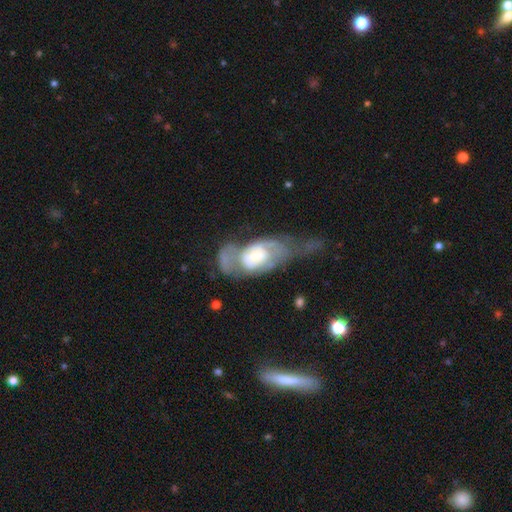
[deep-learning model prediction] The model was most divided on "spiral arms": yes: 55%, no: 45%. Remaining: edge-on disk — no (93%); bar — no (76%); smooth or featured — featured or disk (66%); bulge size — moderate (52%); merging — major disturbance (48%).